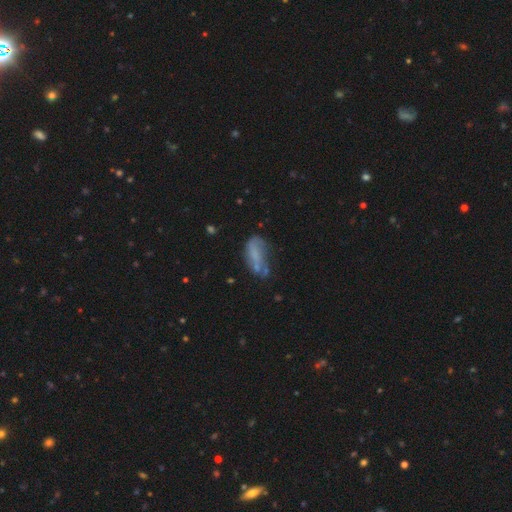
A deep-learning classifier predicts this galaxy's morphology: A smooth galaxy with no disk features (51%) that is in between round and cigar-shaped (76%). Merging: none (36%).